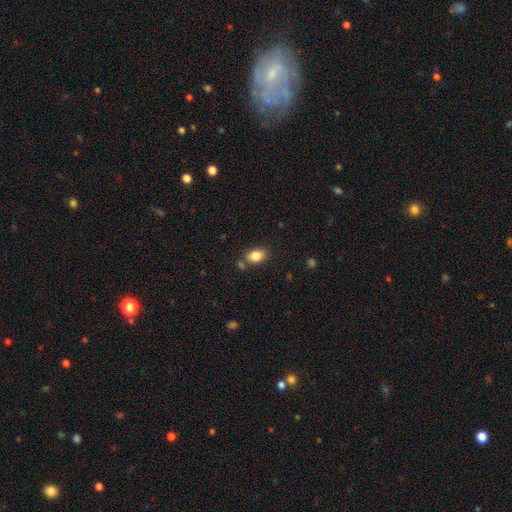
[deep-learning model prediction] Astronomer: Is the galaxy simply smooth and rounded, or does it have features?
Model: smooth — 83%.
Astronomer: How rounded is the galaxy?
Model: in between — 83%.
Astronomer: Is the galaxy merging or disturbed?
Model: none — 73%.